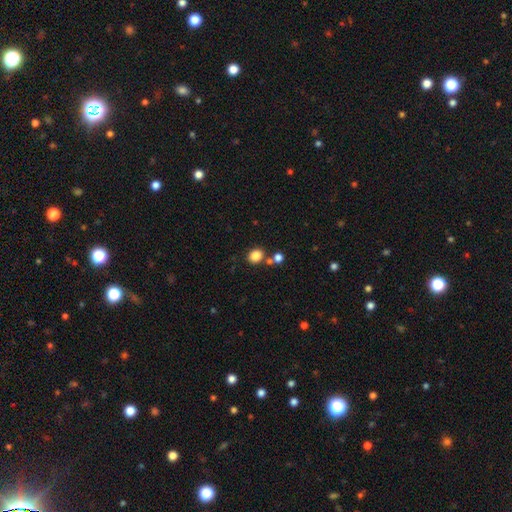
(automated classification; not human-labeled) This is clearly a smooth galaxy (84%). How rounded: likely round (66%). Merging: likely none (71%).